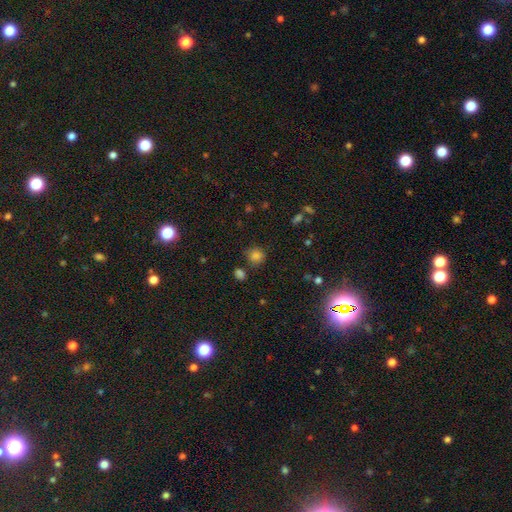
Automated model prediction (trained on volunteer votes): Smooth or featured?
  - smooth: 80% *
  - star or artifact: 14%
  - featured or disk: 5%
How rounded?
  - round: 85% *
  - in between: 14%
  - cigar-shaped: 1%
Merging?
  - none: 75% *
  - minor disturbance: 14%
  - merger: 7%
  - major disturbance: 4%